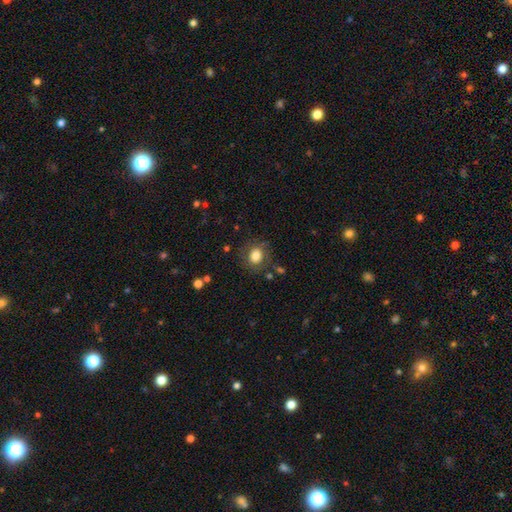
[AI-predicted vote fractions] Overall: smooth (80%). How rounded: round (73%). Merging: none (79%).